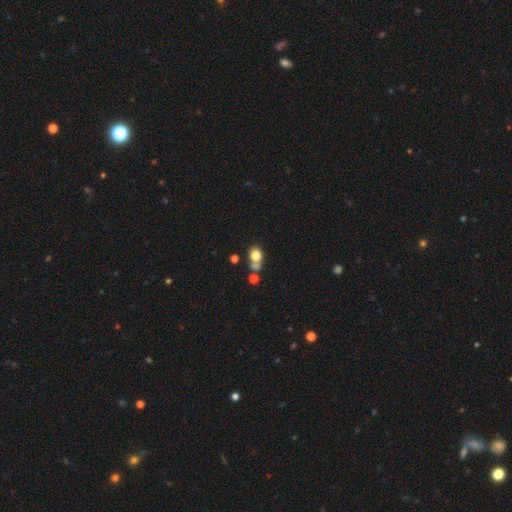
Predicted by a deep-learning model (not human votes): Q: Smooth or featured?
A: smooth (75%); runner-up: featured or disk (15%)
Q: How rounded?
A: in between (59%); runner-up: round (39%)
Q: Merging?
A: none (38%); runner-up: merger (36%)